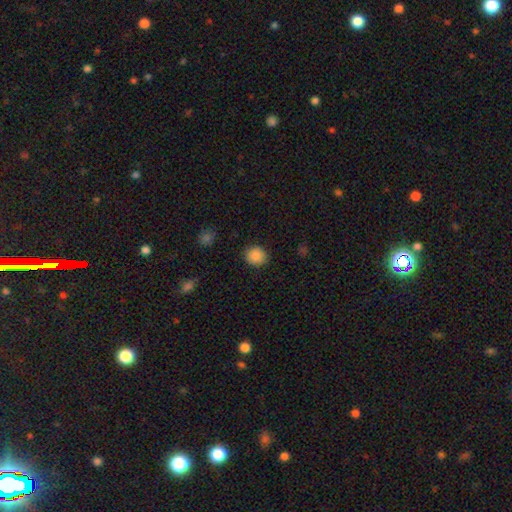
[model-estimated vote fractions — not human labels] Morphology: type=smooth (88%); roundness=round (84%); merging=none (89%).